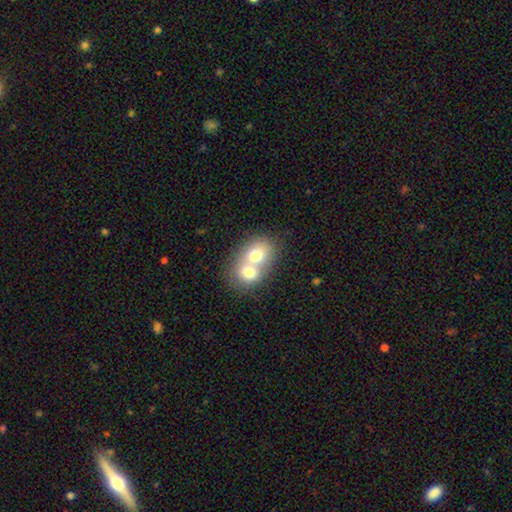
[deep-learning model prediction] This appears to be a smooth galaxy with no disk features (67%) that is round (51%). Merging: merger (74%).